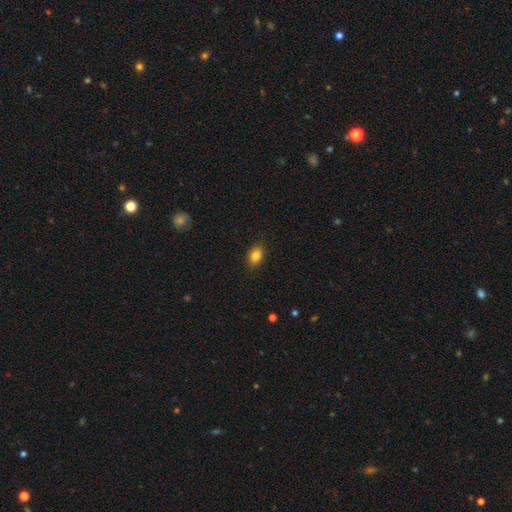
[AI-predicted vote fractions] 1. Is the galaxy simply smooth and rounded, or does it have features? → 84% smooth, 9% star or artifact, 7% featured or disk.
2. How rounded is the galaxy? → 79% in between, 19% round, 2% cigar-shaped.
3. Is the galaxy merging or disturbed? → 87% none, 10% minor disturbance, 2% major disturbance, 1% merger.